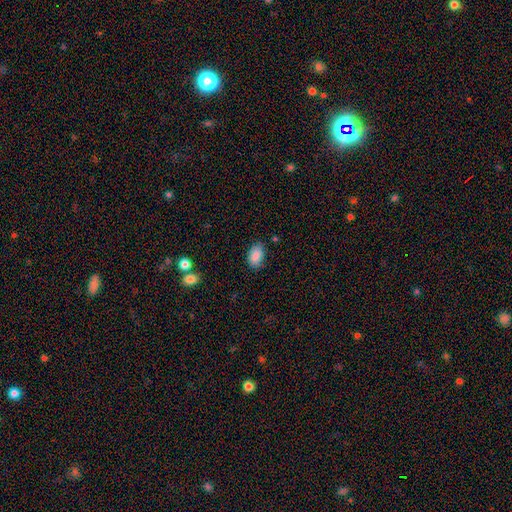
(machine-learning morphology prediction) smooth-or-featured: smooth: 88% | star or artifact: 8% | featured or disk: 5%
  how-rounded: in between: 90% | round: 9% | cigar-shaped: 1%
  merging: none: 74% | minor disturbance: 20% | major disturbance: 4% | merger: 2%